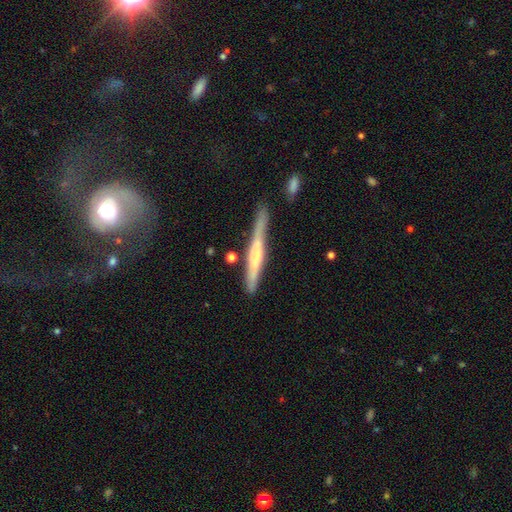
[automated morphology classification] This is possibly a featured or disk galaxy (56%). It is clearly viewed edge-on (94%). Edge-on bulge: marginally none (38%). Merging: likely none (70%).